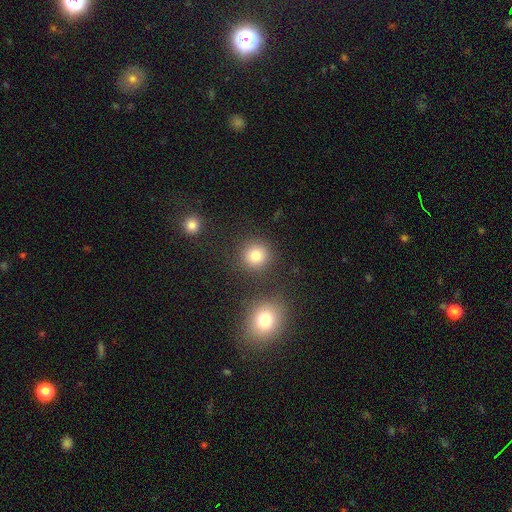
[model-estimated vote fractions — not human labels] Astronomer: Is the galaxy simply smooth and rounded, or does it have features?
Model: smooth — 81%.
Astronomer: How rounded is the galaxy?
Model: round — 91%.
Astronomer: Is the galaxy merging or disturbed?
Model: none — 83%.